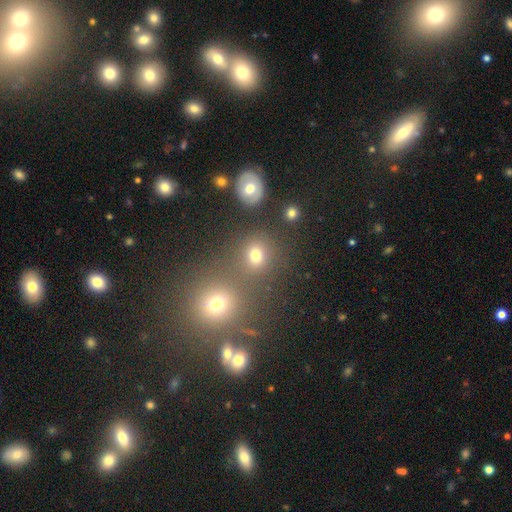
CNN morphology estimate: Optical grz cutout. It shows a smooth galaxy with no disk features (73%) that is round (78%). Merging: none (71%).